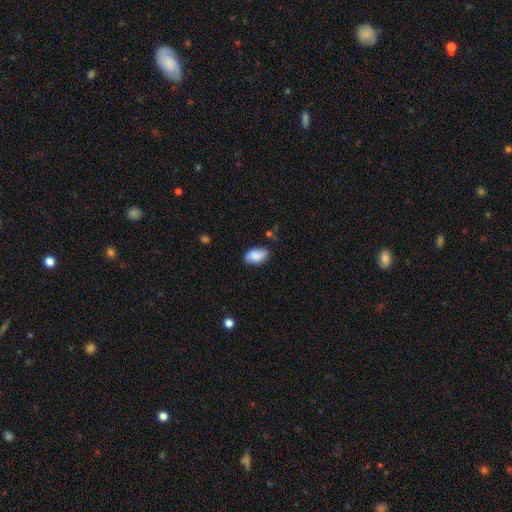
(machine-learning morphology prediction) smooth_or_featured: smooth (p=0.84) [alt: featured or disk p=0.09]
how_rounded: in between (p=0.93) [alt: round p=0.05]
merging: none (p=0.79) [alt: minor disturbance p=0.16]